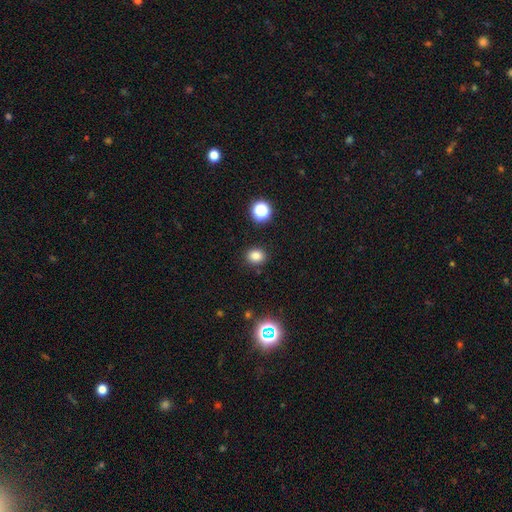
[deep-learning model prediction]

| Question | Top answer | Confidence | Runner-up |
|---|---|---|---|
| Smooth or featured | smooth | 81% | star or artifact (14%) |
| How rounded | round | 60% | in between (39%) |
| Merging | none | 87% | minor disturbance (8%) |